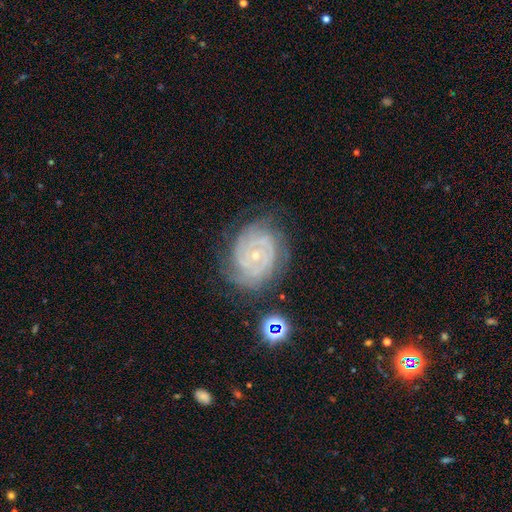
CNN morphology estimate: Smooth or featured? featured or disk (86%)
Edge-on disk? no (97%)
Bar? no (73%)
Spiral arms? yes (96%)
Spiral winding? tight (75%)
Spiral arm count? 2 (26%)
Bulge size? small (79%)
Merging? none (72%)